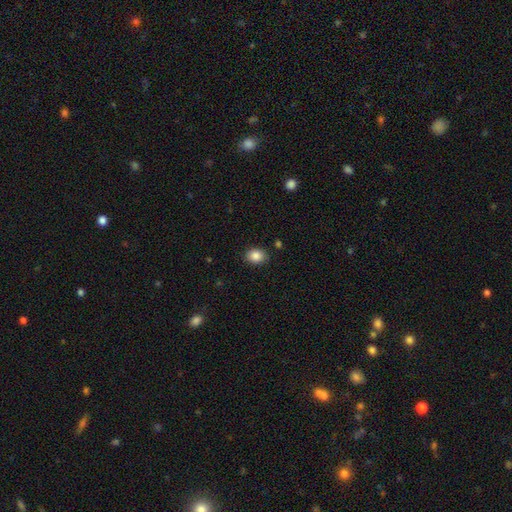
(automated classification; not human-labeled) Smooth or featured?
  - smooth: 87% *
  - star or artifact: 9%
  - featured or disk: 4%
How rounded?
  - in between: 59% *
  - round: 40%
  - cigar-shaped: 1%
Merging?
  - none: 86% *
  - minor disturbance: 10%
  - major disturbance: 2%
  - merger: 2%